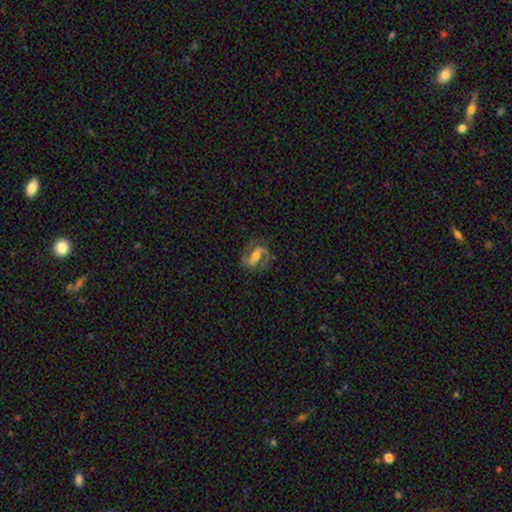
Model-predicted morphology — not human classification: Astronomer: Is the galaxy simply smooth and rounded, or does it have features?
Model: featured or disk — 88%.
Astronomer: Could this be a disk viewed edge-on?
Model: no — 97%.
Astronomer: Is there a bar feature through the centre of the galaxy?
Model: strong — 43% (runner-up: weak, 39%).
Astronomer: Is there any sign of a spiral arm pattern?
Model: yes — 97%.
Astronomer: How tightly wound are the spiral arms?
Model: medium — 57%.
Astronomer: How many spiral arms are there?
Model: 2 — 93%.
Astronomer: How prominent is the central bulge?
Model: moderate — 53% (runner-up: small, 32%).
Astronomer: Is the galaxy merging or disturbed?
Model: none — 80%.